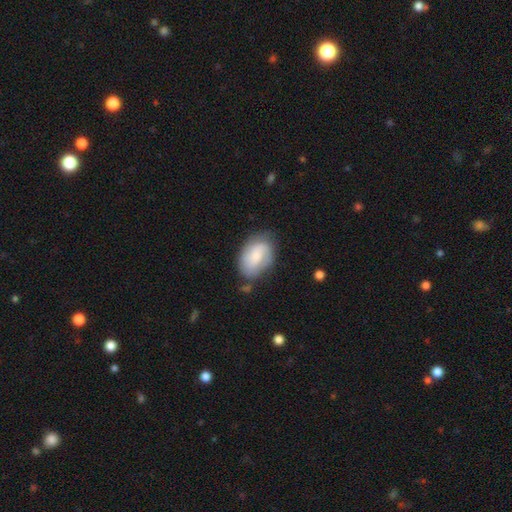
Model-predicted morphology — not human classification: Overall: smooth (51%; featured or disk 42%). How rounded: in between (87%). Merging: none (63%; minor disturbance 25%).